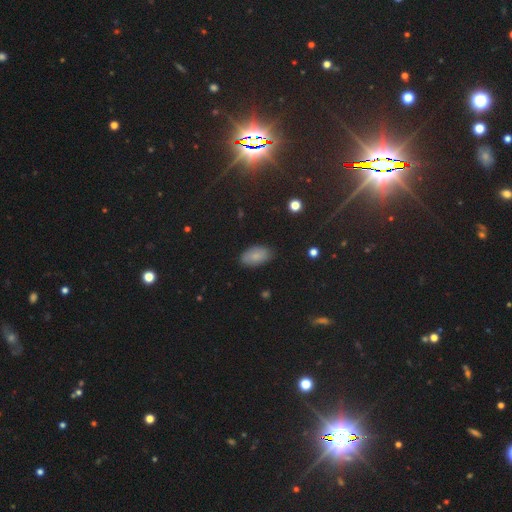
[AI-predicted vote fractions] Smooth or featured: smooth — 79% (star or artifact — 11%)
How rounded: in between — 94% (round — 4%)
Merging: none — 83% (minor disturbance — 13%)